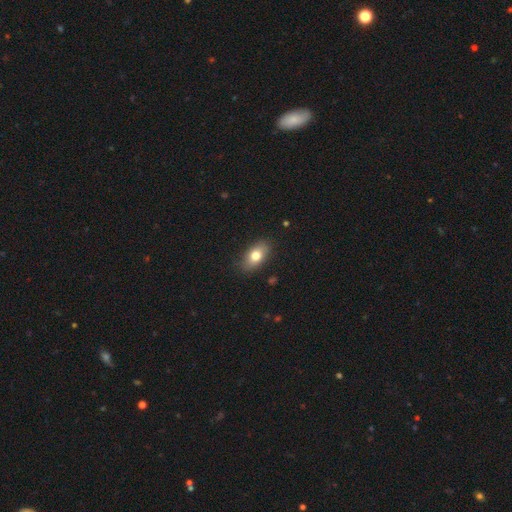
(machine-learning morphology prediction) smooth_or_featured: smooth (p=0.77) [alt: featured or disk p=0.16]
how_rounded: in between (p=0.88) [alt: round p=0.08]
merging: none (p=0.85) [alt: minor disturbance p=0.12]